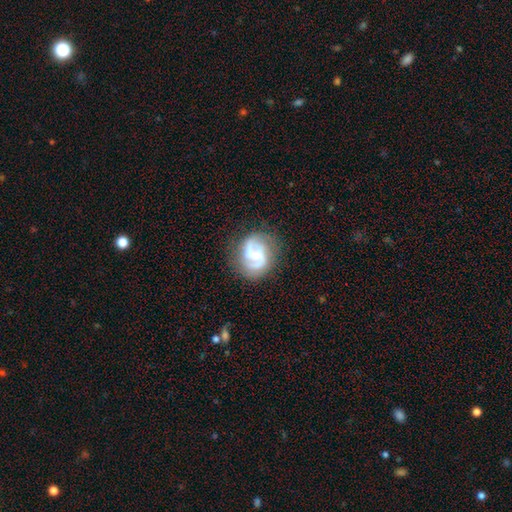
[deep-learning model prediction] This appears to be a featured or disk galaxy (80%) with a weak bar (43%), 2 (76%) medium (51%) spiral arms (93%) and a small central bulge (55%). Merging: none (70%).